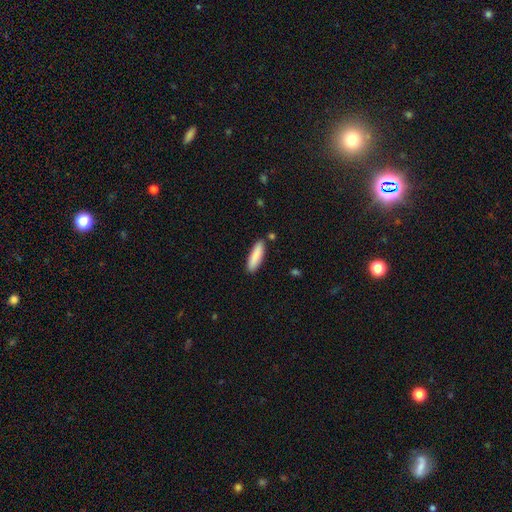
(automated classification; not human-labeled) This is clearly a smooth galaxy (87%). How rounded: likely cigar-shaped (63%). Merging: clearly none (86%).